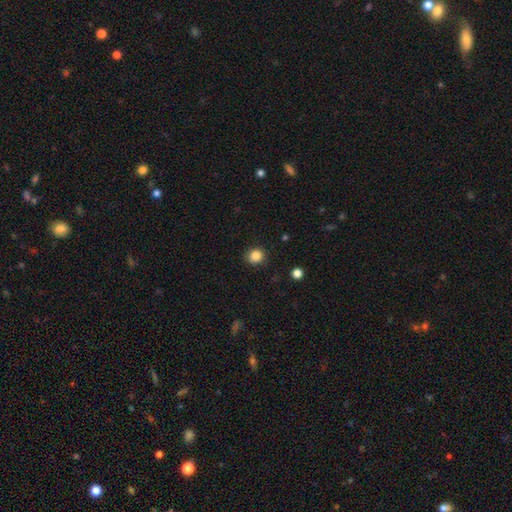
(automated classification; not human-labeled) Morphology: type=smooth (86%); roundness=round (83%); merging=none (87%).